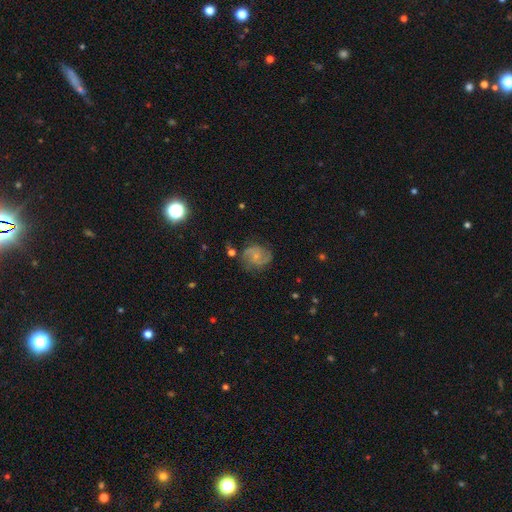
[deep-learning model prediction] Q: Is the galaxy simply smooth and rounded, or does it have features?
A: featured or disk — 66%.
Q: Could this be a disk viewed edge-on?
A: no — 98%.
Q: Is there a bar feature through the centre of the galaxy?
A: no — 66%.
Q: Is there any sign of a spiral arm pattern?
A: yes — 90%.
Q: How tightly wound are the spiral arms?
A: medium — 49%.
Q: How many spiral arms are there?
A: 2 — 63%.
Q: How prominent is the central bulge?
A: small — 68%.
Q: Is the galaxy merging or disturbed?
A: none — 67%.